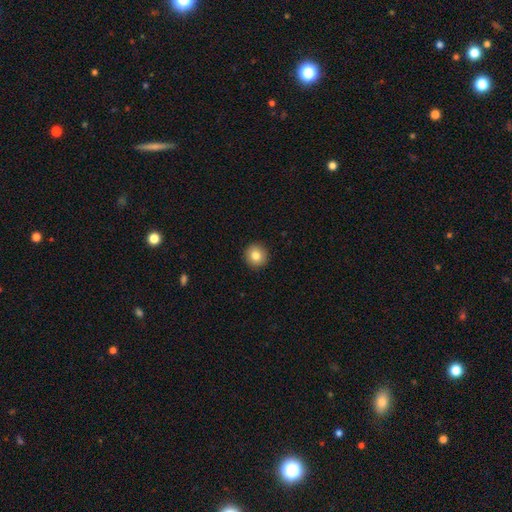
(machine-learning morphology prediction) A smooth galaxy with no disk features (82%) that is round (94%). Merging: none (93%).